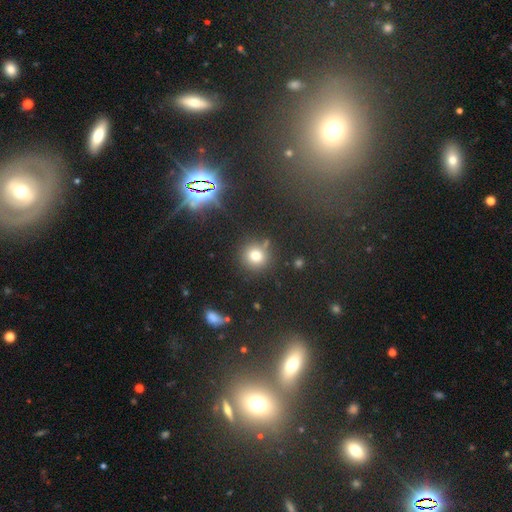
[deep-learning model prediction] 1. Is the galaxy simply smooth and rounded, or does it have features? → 73% smooth, 20% star or artifact, 8% featured or disk.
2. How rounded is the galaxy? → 91% round, 7% in between, 1% cigar-shaped.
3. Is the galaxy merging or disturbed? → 80% none, 9% minor disturbance, 7% merger, 4% major disturbance.